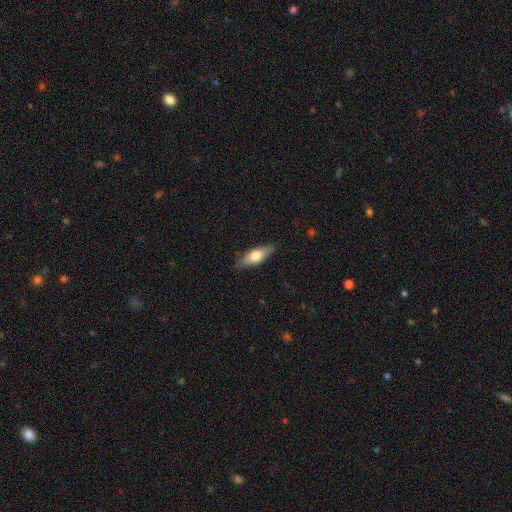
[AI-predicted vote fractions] Morphology: type=smooth (64%); roundness=in between (60%); merging=none (84%).